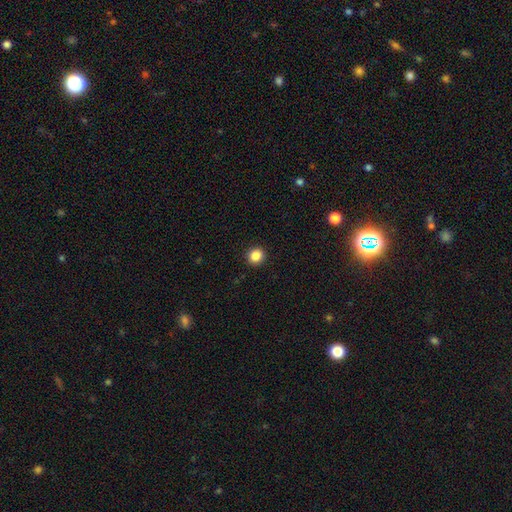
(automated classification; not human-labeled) Smooth or featured? smooth (86%)
How rounded? round (89%)
Merging? none (92%)